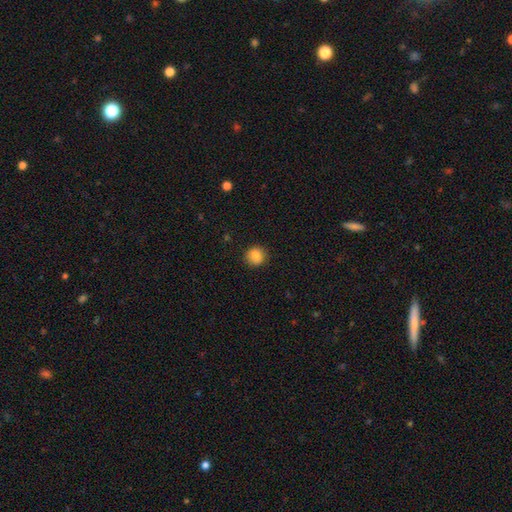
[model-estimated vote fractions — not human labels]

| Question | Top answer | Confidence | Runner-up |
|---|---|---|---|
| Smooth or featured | smooth | 85% | star or artifact (9%) |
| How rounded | round | 92% | in between (7%) |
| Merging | none | 90% | minor disturbance (7%) |